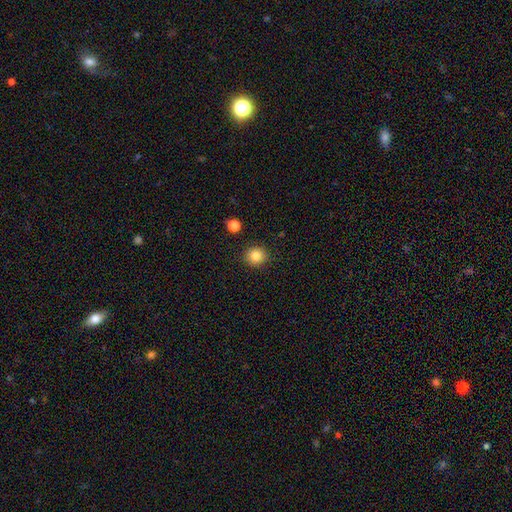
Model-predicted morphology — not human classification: smooth 84%, star or artifact 11%, featured or disk 5%. Down the decision tree: how rounded — round (91%); merging — none (90%).